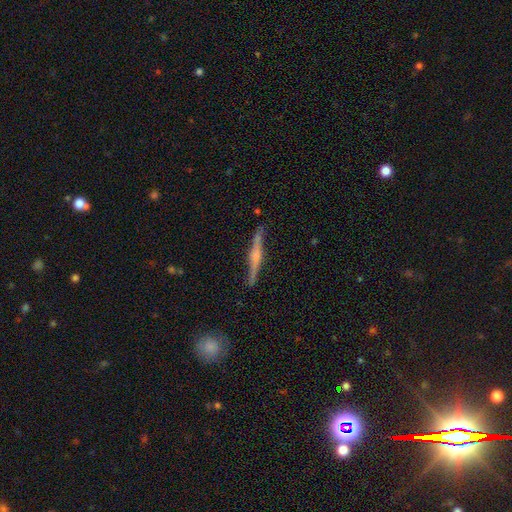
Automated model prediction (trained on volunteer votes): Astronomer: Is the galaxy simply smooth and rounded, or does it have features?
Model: featured or disk — 75%.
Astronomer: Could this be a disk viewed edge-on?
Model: yes — 97%.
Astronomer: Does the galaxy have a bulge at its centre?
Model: rounded — 67%.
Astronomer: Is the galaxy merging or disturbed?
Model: none — 85%.